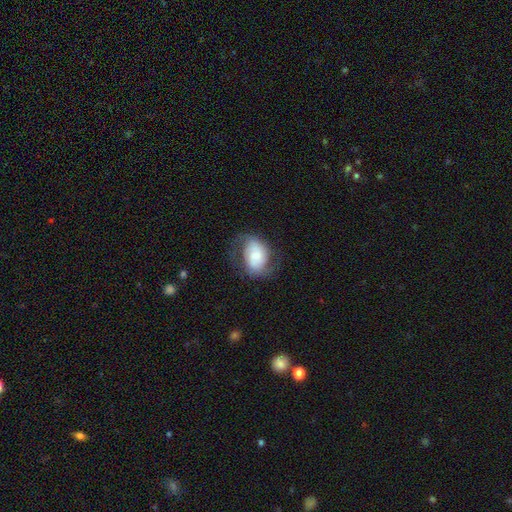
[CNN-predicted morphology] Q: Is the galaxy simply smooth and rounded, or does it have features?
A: featured or disk — 49%.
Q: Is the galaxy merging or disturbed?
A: none — 58%.